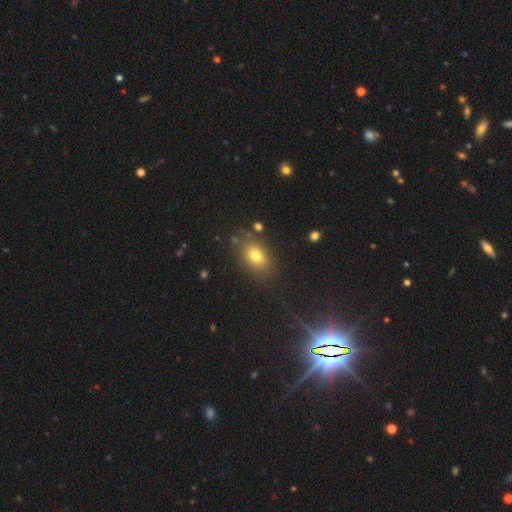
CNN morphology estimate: smooth_or_featured: smooth (p=0.76) [alt: star or artifact p=0.13]
how_rounded: in between (p=0.74) [alt: round p=0.24]
merging: none (p=0.81) [alt: minor disturbance p=0.11]